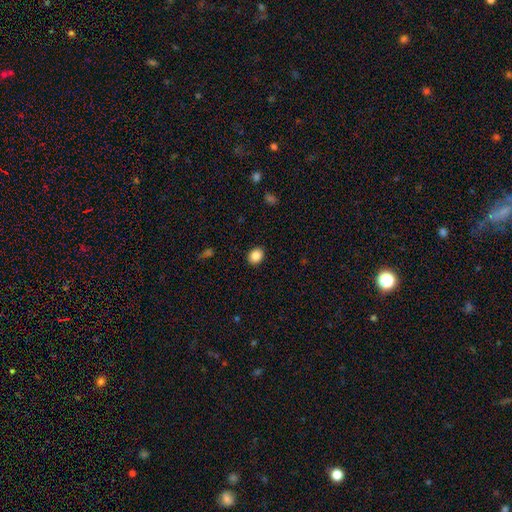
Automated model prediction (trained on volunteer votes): Morphology: type=smooth (87%); roundness=round (53%); merging=none (90%).